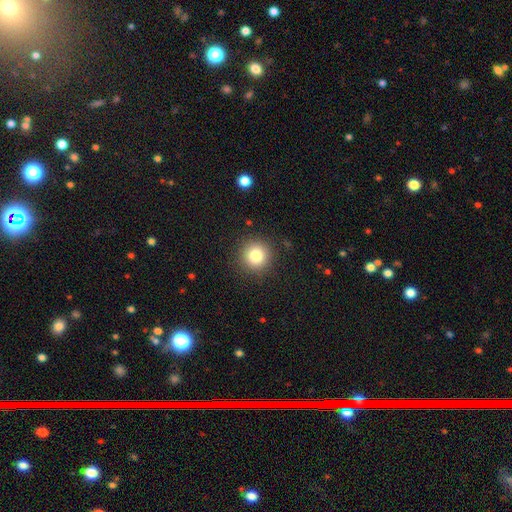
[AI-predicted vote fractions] Smooth or featured: smooth — 81% (star or artifact — 11%)
How rounded: round — 94% (in between — 5%)
Merging: none — 90% (minor disturbance — 6%)